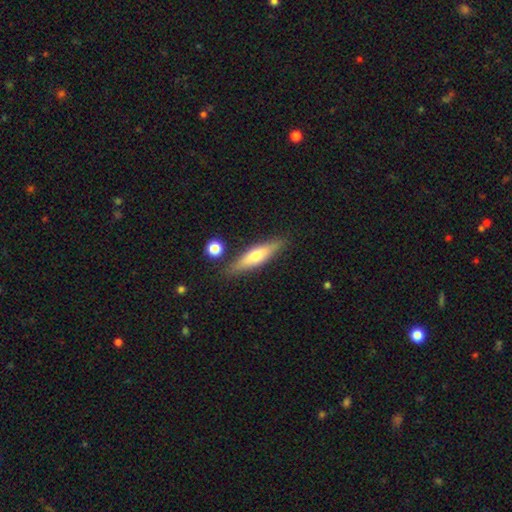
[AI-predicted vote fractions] Smooth or featured? smooth (49%)
Merging? none (83%)